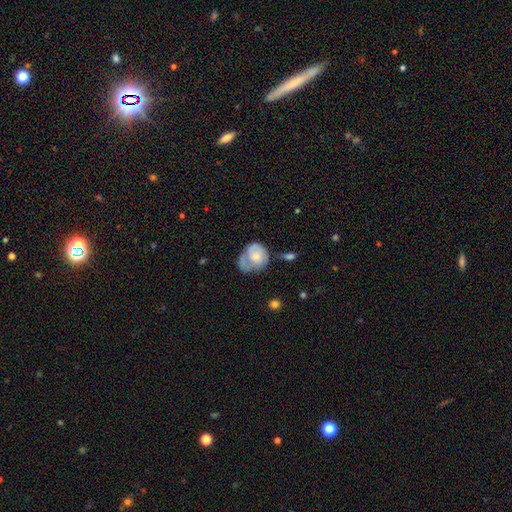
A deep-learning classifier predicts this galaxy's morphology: The model was most divided on "merging": minor disturbance: 30%, none: 29%, major disturbance: 28%, merger: 13%. More confident: how rounded — round (60%); smooth or featured — smooth (51%).